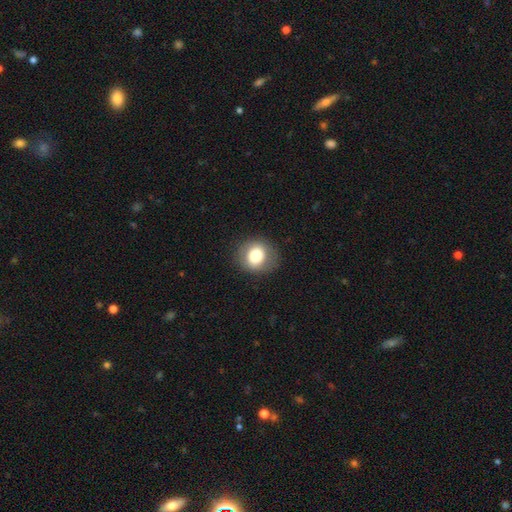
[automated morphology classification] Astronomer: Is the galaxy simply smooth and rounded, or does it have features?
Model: smooth — 76%.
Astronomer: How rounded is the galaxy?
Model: round — 78%.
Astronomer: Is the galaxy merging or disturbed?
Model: none — 85%.